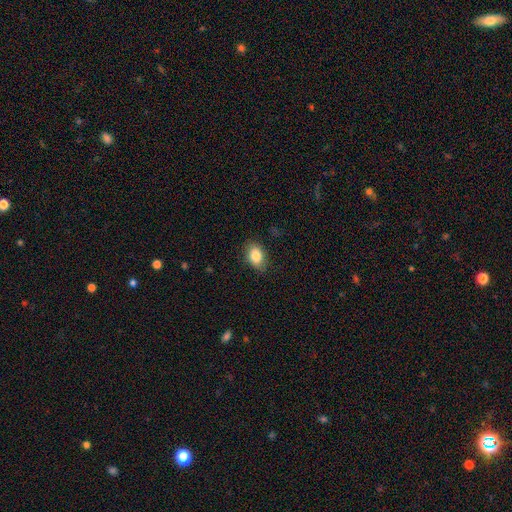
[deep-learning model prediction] Smooth or featured: smooth — 84% (featured or disk — 8%)
How rounded: in between — 83% (round — 15%)
Merging: none — 82% (minor disturbance — 14%)